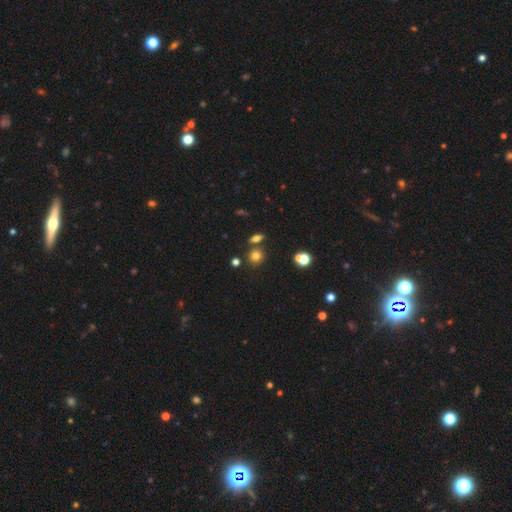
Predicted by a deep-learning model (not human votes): A smooth galaxy with no disk features (76%) that is round (84%).

Vote fractions:
- Smooth or featured? smooth: 76% / star or artifact: 15% / featured or disk: 9%
- How rounded? round: 84% / in between: 15% / cigar-shaped: 2%
- Merging? none: 74% / merger: 13% / minor disturbance: 9% / major disturbance: 3%